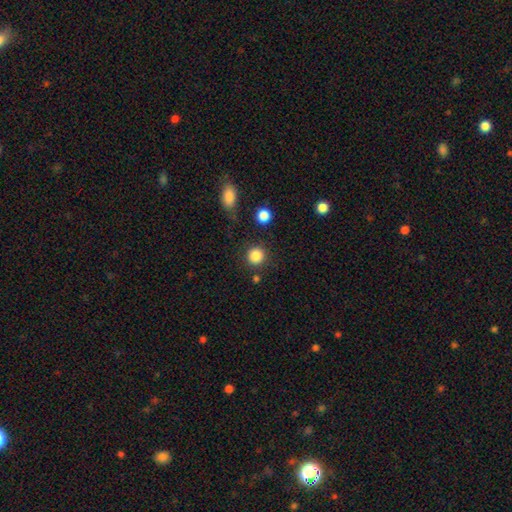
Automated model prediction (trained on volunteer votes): smooth 86%, star or artifact 10%, featured or disk 4%. Down the decision tree: how rounded — round (93%); merging — none (87%).